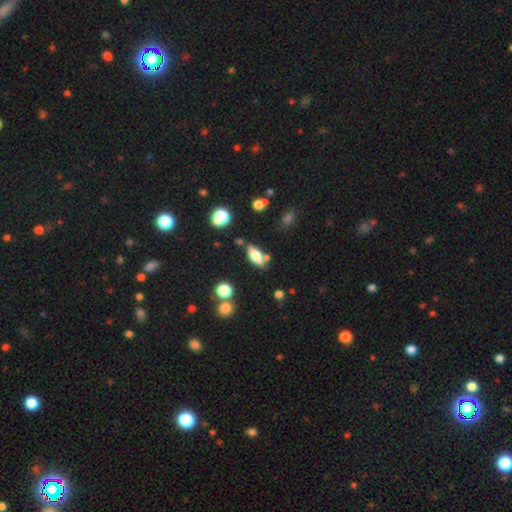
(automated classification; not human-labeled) A smooth galaxy with no disk features (55%) that is in between round and cigar-shaped (68%). Merging: none (71%).